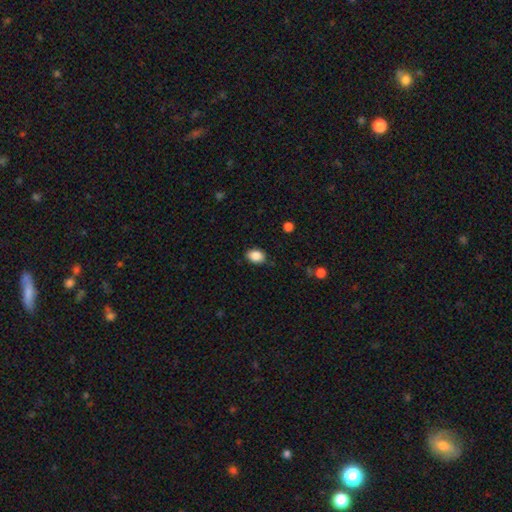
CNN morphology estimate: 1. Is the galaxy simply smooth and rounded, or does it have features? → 88% smooth, 8% star or artifact, 4% featured or disk.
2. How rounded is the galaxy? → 76% in between, 23% round, 1% cigar-shaped.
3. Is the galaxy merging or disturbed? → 85% none, 11% minor disturbance, 3% major disturbance, 1% merger.